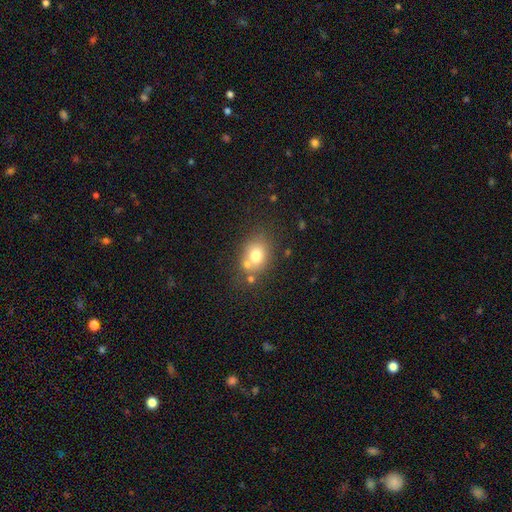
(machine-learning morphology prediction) A smooth galaxy with no disk features (73%) that is round (52%).

Vote fractions:
- Smooth or featured? smooth: 73% / featured or disk: 15% / star or artifact: 12%
- How rounded? round: 52% / in between: 47% / cigar-shaped: 1%
- Merging? none: 57% / merger: 23% / minor disturbance: 14% / major disturbance: 5%